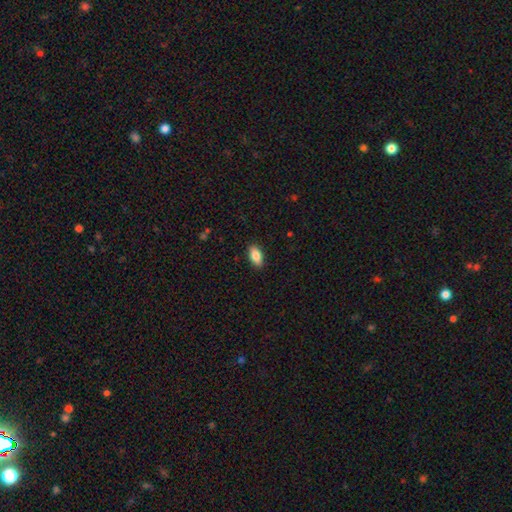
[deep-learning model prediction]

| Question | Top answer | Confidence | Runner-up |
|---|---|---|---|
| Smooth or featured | smooth | 84% | featured or disk (9%) |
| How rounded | in between | 91% | cigar-shaped (5%) |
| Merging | none | 89% | minor disturbance (8%) |